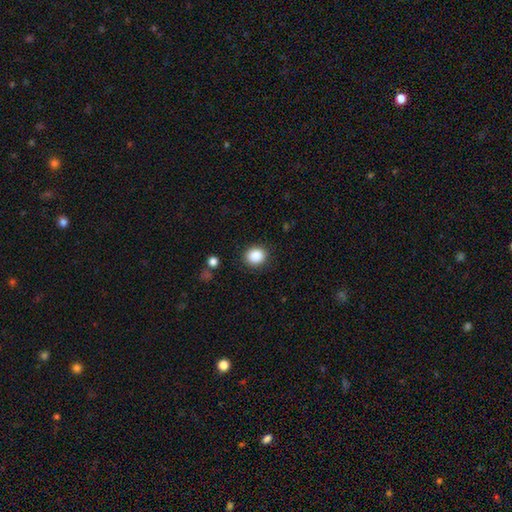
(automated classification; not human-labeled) Overall: smooth (87%). How rounded: round (78%). Merging: none (88%).